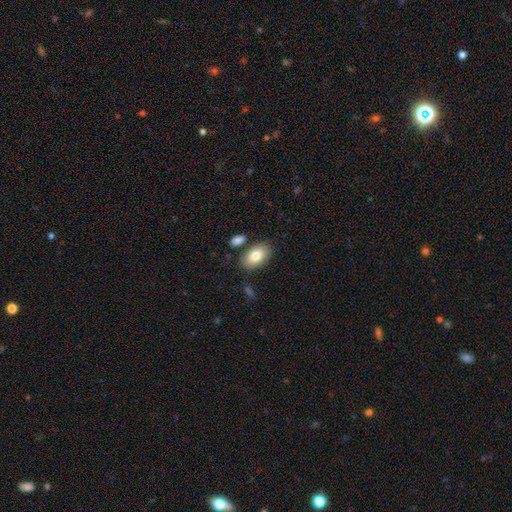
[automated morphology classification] This is clearly a smooth galaxy (81%). How rounded: clearly in between (92%). Merging: likely none (78%).